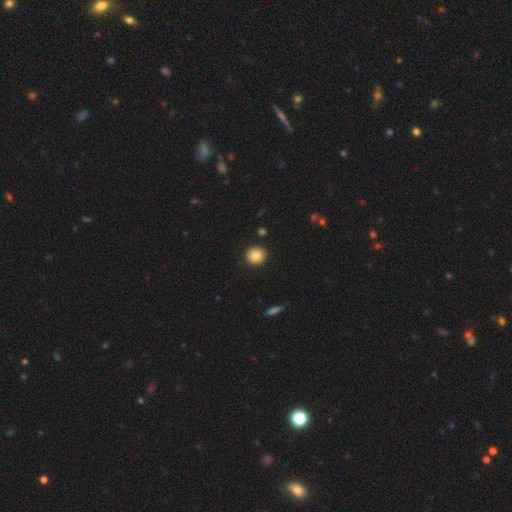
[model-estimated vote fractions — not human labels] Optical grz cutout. It shows a smooth galaxy with no disk features (85%) that is round (89%). Merging: none (91%).